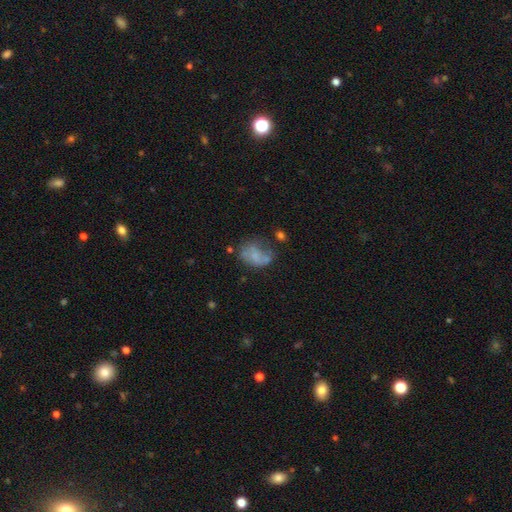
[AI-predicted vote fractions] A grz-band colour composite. It shows a smooth galaxy with no disk features (53%) that is in between round and cigar-shaped (67%). Merging: none (36%).